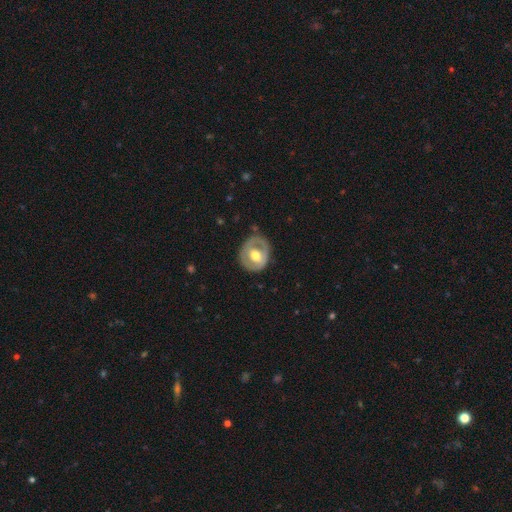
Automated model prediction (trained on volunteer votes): smooth-or-featured: featured or disk: 58% | smooth: 37% | star or artifact: 5%
  disk-edge-on: no: 95% | yes: 5%
    bar: no: 51% | weak: 34% | strong: 15%
    has-spiral-arms: no: 71% | yes: 29%
    bulge-size: moderate: 71% | large: 18% | small: 8% | dominant: 1% | none: 1%
  merging: none: 71% | minor disturbance: 19% | major disturbance: 8% | merger: 2%